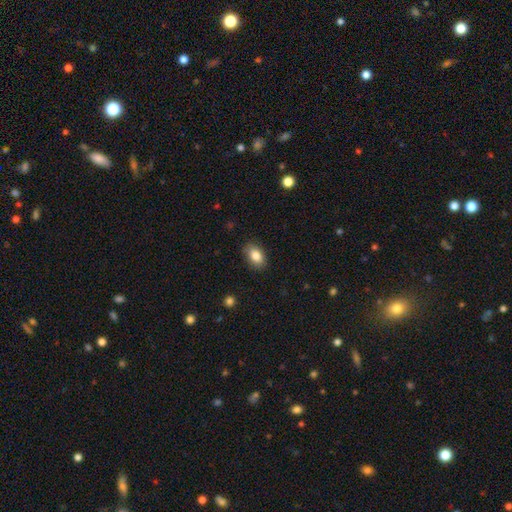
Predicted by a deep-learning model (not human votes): A smooth galaxy with no disk features (85%) that is in between round and cigar-shaped (89%).

Vote fractions:
- Smooth or featured? smooth: 85% / featured or disk: 8% / star or artifact: 7%
- How rounded? in between: 89% / round: 10% / cigar-shaped: 2%
- Merging? none: 85% / minor disturbance: 11% / major disturbance: 3% / merger: 1%